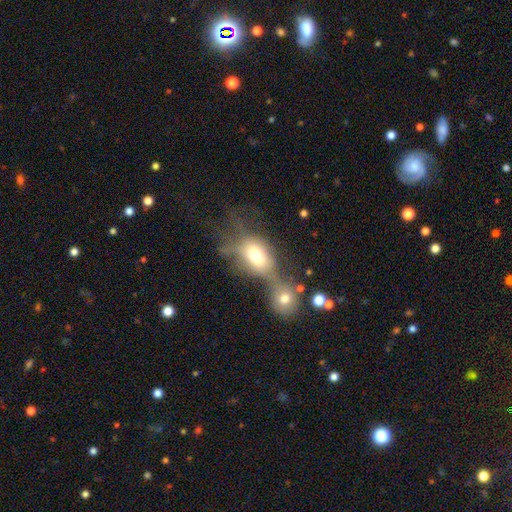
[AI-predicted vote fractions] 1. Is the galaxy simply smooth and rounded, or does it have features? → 62% smooth, 26% featured or disk, 12% star or artifact.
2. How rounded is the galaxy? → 69% in between, 27% round, 4% cigar-shaped.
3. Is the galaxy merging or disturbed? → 59% merger, 17% major disturbance, 15% none, 9% minor disturbance.